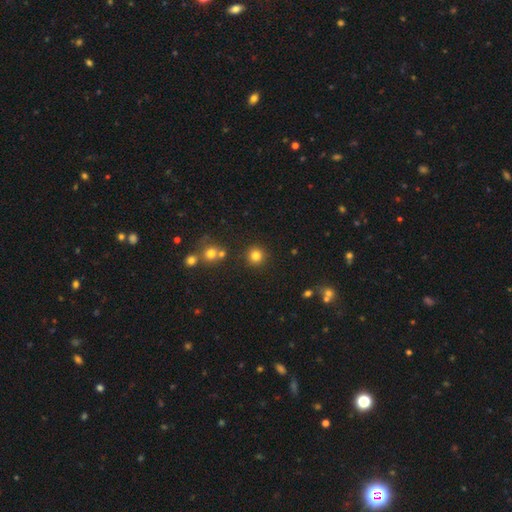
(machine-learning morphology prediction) smooth-or-featured: smooth: 81% | star or artifact: 14% | featured or disk: 5%
  how-rounded: round: 94% | in between: 5% | cigar-shaped: 1%
  merging: none: 87% | minor disturbance: 6% | merger: 4% | major disturbance: 3%